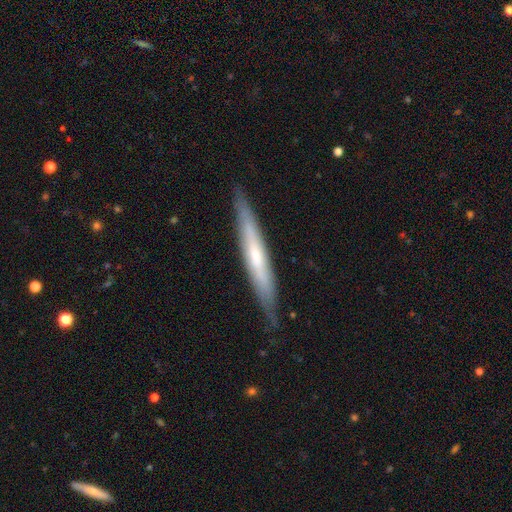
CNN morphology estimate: A featured or disk galaxy (56%) viewed edge-on (88%). Merging: none (85%).